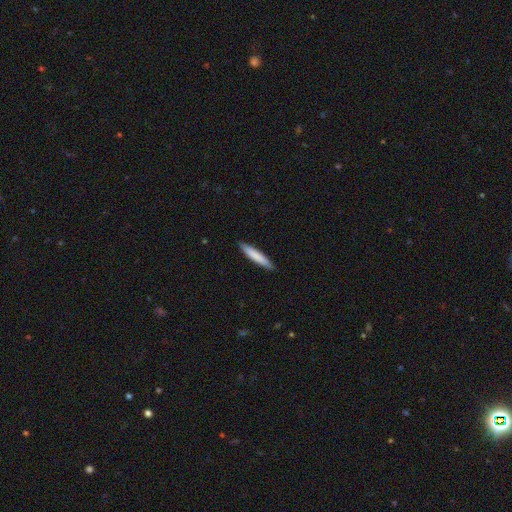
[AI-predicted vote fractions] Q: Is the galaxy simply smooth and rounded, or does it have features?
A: smooth — 79%.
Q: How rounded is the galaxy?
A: cigar-shaped — 91%.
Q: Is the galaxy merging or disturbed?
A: none — 89%.